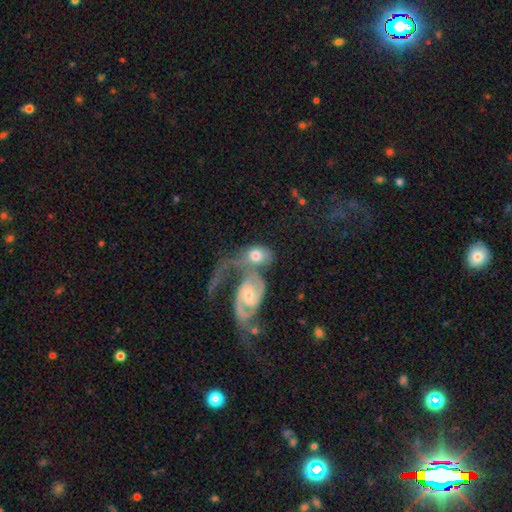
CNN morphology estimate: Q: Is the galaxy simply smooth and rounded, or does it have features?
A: featured or disk — 55%.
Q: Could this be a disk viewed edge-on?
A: no — 95%.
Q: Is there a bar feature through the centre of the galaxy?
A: no — 55%.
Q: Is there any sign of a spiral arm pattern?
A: yes — 88%.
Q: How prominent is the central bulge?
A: moderate — 50%.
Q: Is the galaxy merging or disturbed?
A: merger — 59%.